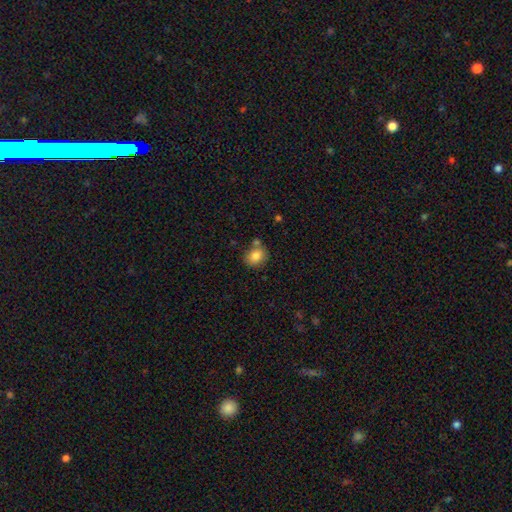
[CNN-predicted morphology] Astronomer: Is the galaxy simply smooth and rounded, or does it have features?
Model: smooth — 83%.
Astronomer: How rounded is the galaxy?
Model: round — 60% (runner-up: in between, 39%).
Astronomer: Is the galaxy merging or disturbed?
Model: none — 64%.